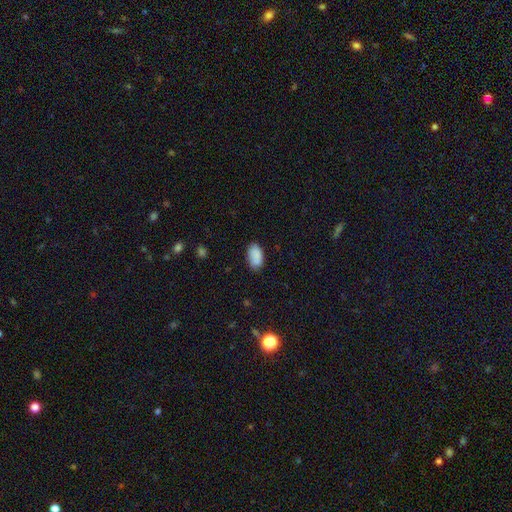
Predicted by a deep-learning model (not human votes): smooth 87%, star or artifact 7%, featured or disk 6%. Down the decision tree: how rounded — in between (94%); merging — none (78%).